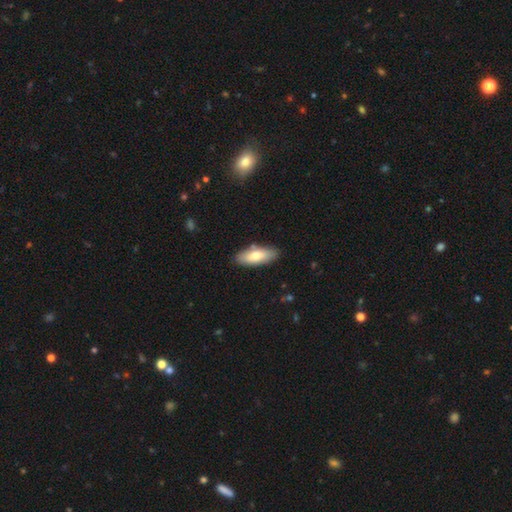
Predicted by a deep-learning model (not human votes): Smooth or featured: smooth — 72% (featured or disk — 22%)
How rounded: in between — 77% (cigar-shaped — 21%)
Merging: none — 84% (minor disturbance — 11%)